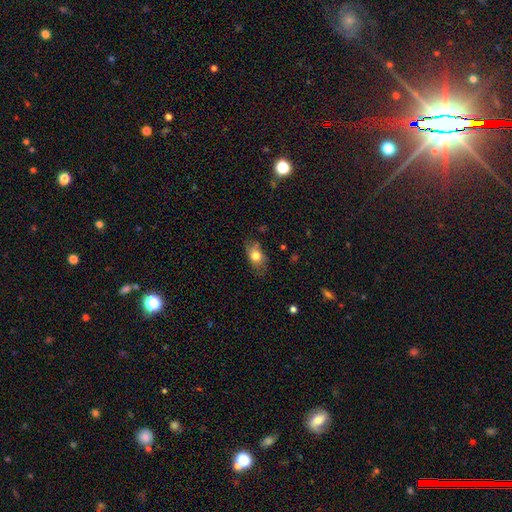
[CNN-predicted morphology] Overall: smooth (74%). How rounded: in between (81%). Merging: none (64%; minor disturbance 26%).